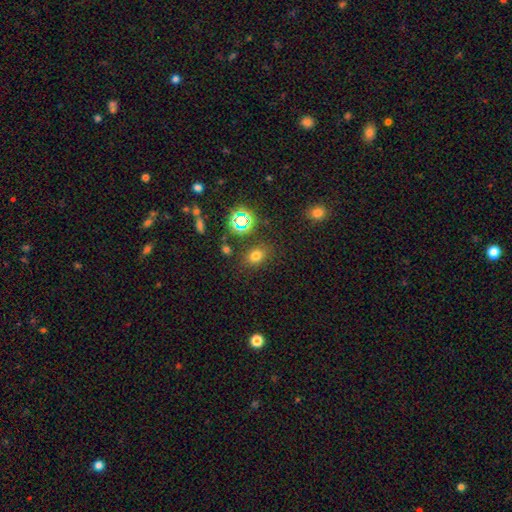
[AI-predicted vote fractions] Overall: smooth (68%). How rounded: in between (59%; round 40%). Merging: none (80%).